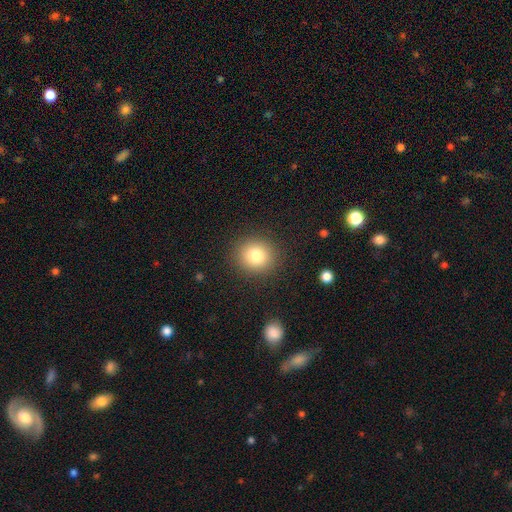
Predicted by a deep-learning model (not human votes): Smooth or featured? smooth (81%)
How rounded? round (85%)
Merging? none (89%)